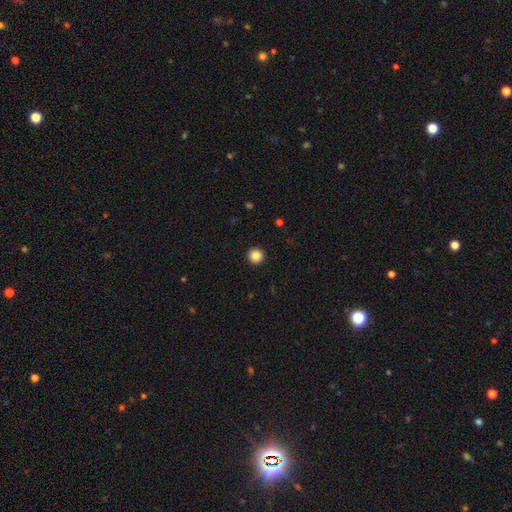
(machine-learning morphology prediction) smooth 86%, star or artifact 10%, featured or disk 4%. Down the decision tree: how rounded — round (96%); merging — none (94%).